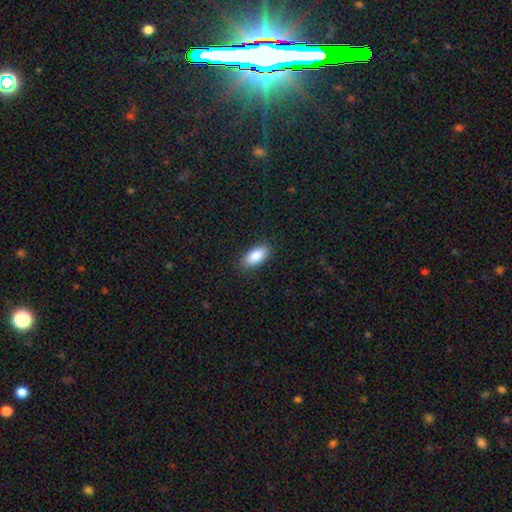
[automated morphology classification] Smooth or featured? smooth (89%)
How rounded? in between (91%)
Merging? none (88%)